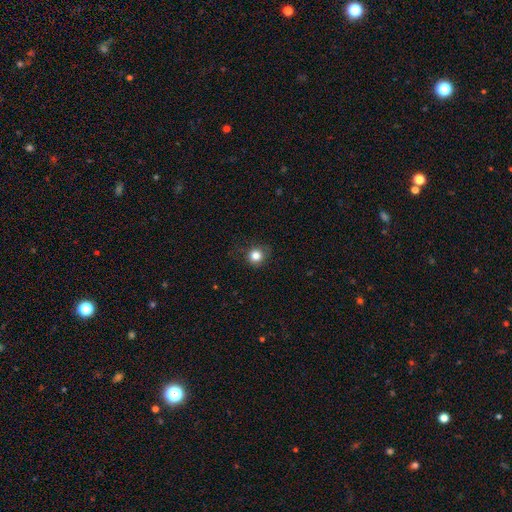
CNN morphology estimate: type=smooth (83%); roundness=round (90%); merging=none (82%).